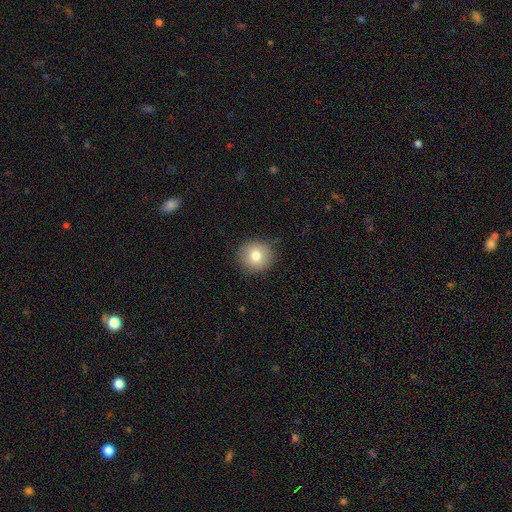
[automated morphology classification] A smooth galaxy with no disk features (79%) that is round (91%). Merging: none (88%).